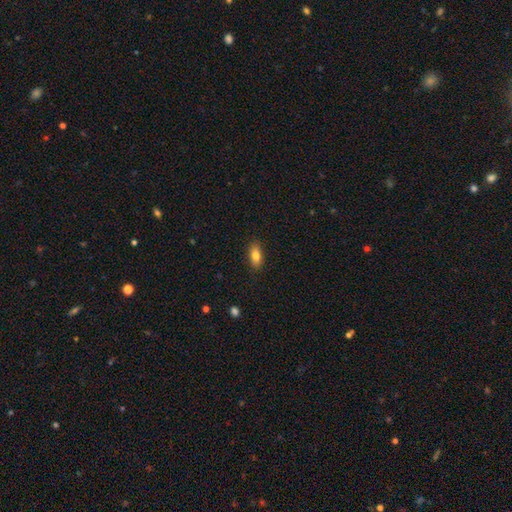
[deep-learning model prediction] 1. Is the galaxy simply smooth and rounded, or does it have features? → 80% smooth, 12% featured or disk, 8% star or artifact.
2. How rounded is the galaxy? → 84% in between, 11% cigar-shaped, 5% round.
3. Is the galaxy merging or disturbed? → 87% none, 10% minor disturbance, 2% major disturbance, 1% merger.